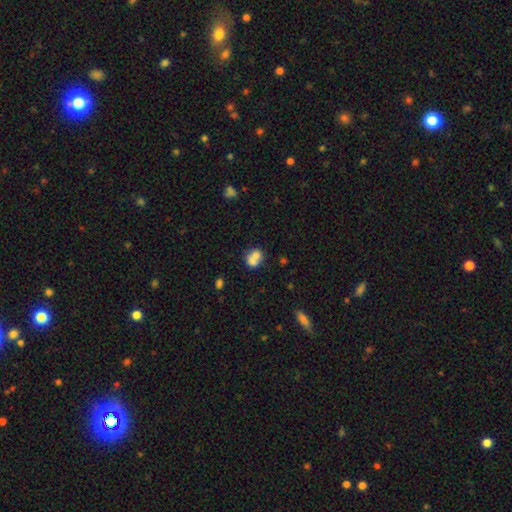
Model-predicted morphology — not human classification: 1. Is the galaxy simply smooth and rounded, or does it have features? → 69% smooth, 21% featured or disk, 10% star or artifact.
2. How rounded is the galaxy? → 61% round, 38% in between, 1% cigar-shaped.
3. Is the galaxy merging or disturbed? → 59% merger, 27% none, 9% minor disturbance, 4% major disturbance.